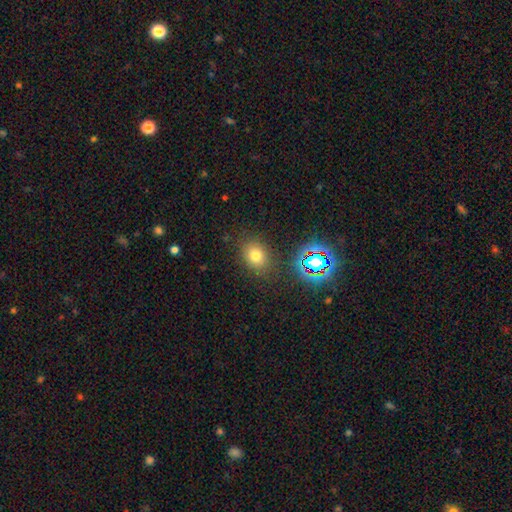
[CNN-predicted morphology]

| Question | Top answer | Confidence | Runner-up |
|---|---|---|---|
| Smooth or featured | smooth | 70% | star or artifact (20%) |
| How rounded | round | 50% | in between (49%) |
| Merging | none | 82% | minor disturbance (11%) |